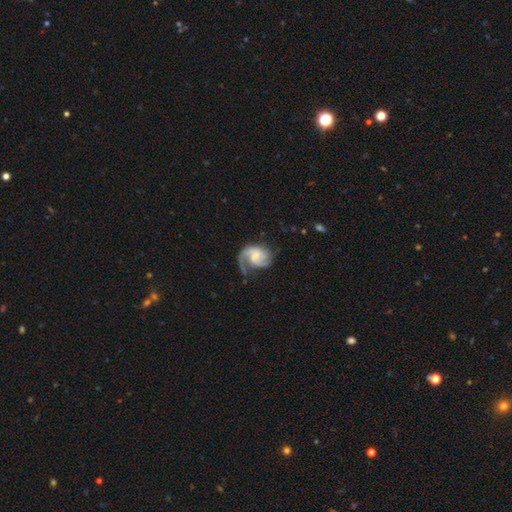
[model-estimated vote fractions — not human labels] Smooth or featured? featured or disk (83%)
Edge-on disk? no (98%)
Bar? no (47%)
Spiral arms? yes (96%)
Spiral winding? medium (47%)
Spiral arm count? 2 (51%)
Bulge size? small (35%)
Merging? none (50%)